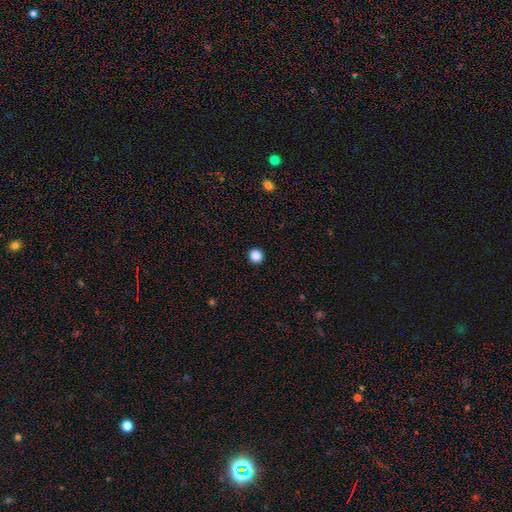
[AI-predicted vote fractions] Q: Smooth or featured?
A: smooth (87%); runner-up: star or artifact (11%)
Q: How rounded?
A: round (95%); runner-up: in between (4%)
Q: Merging?
A: none (93%); runner-up: minor disturbance (4%)